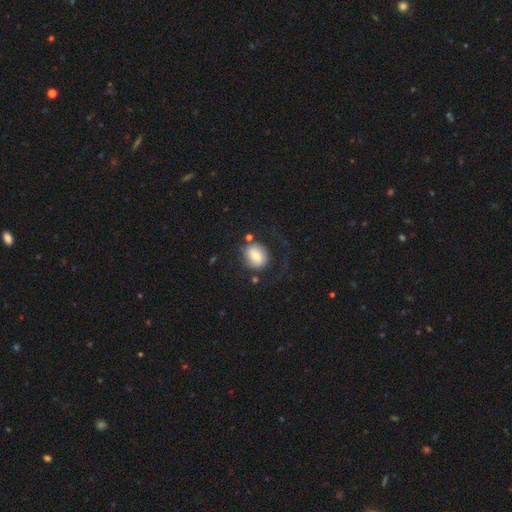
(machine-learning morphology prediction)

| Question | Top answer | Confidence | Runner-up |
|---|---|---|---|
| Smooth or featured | smooth | 70% | featured or disk (22%) |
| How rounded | round | 72% | in between (27%) |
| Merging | none | 59% | major disturbance (17%) |